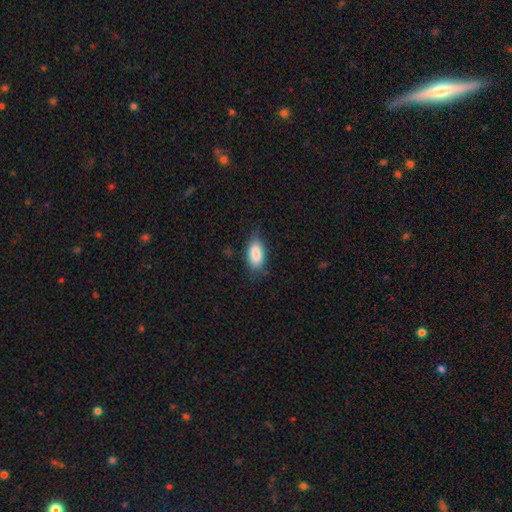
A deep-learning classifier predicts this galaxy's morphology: smooth 86%, featured or disk 8%, star or artifact 6%. Down the decision tree: how rounded — in between (90%); merging — none (73%).